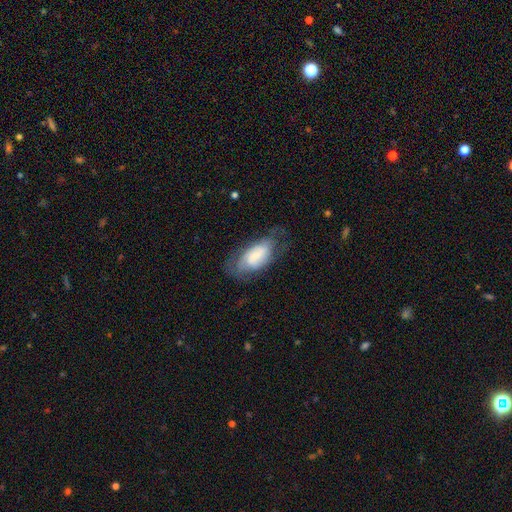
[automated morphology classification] Q: Smooth or featured?
A: featured or disk (47%); runner-up: smooth (45%)
Q: Merging?
A: none (54%); runner-up: minor disturbance (27%)